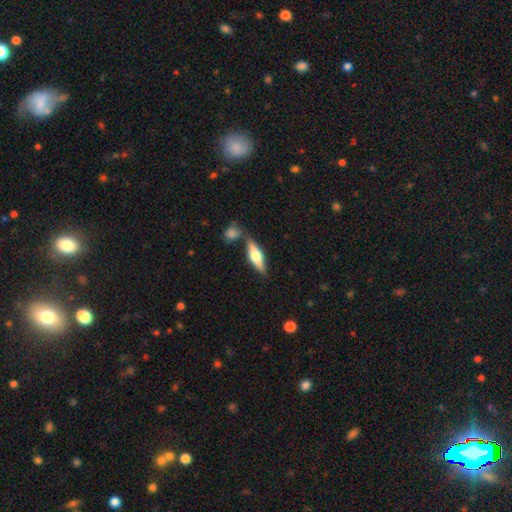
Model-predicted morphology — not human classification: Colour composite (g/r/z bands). It shows a featured or disk galaxy (50%) viewed edge-on (92%). Merging: none (73%).